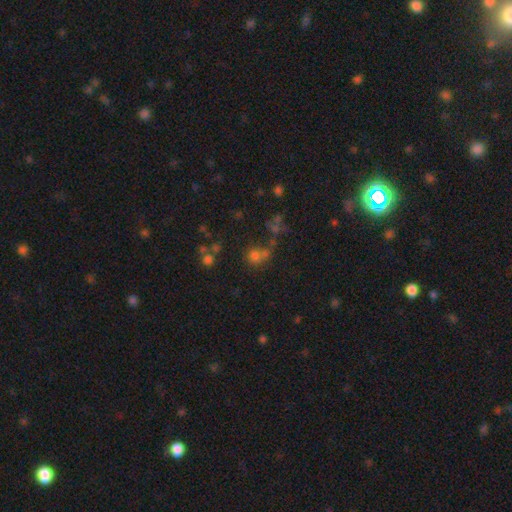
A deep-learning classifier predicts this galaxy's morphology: smooth_or_featured: smooth (p=0.62) [alt: star or artifact p=0.26]
how_rounded: round (p=0.78) [alt: in between p=0.20]
merging: none (p=0.50) [alt: merger p=0.32]